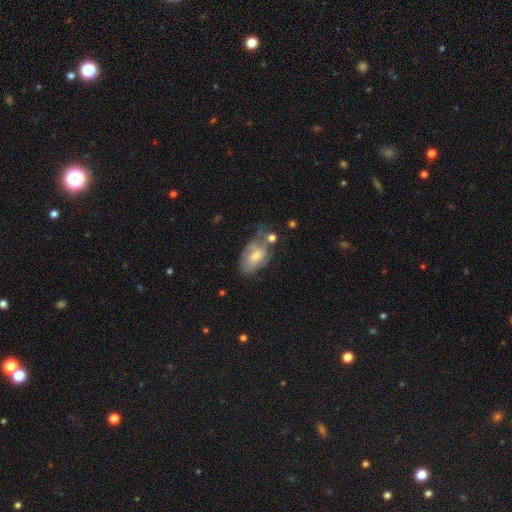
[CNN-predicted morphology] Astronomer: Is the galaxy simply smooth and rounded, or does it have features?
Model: featured or disk — 47% (runner-up: smooth, 46%).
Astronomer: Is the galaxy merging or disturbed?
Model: none — 36% (runner-up: minor disturbance, 29%).